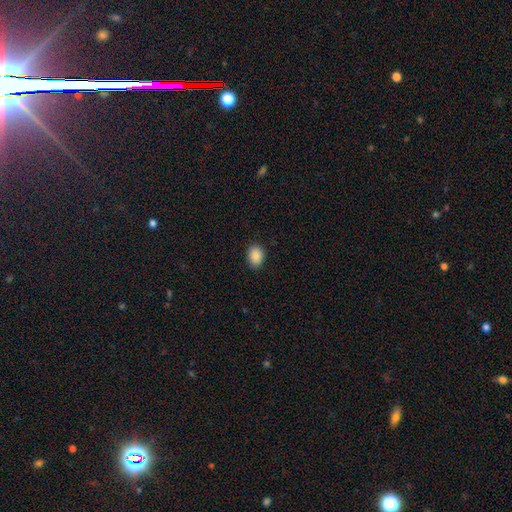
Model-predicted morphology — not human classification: type=smooth (89%); roundness=in between (72%); merging=none (88%).